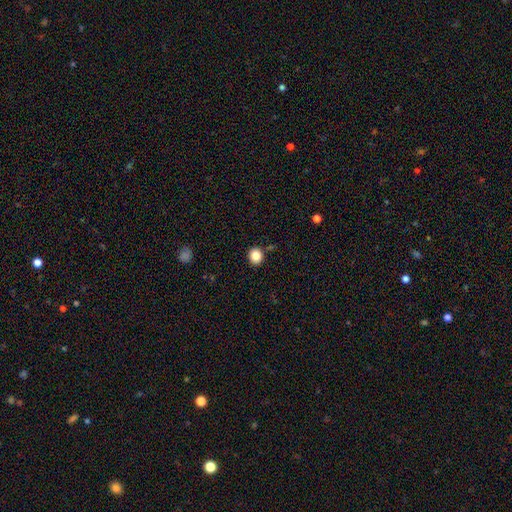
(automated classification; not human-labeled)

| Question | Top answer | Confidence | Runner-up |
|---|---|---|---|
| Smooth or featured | smooth | 85% | star or artifact (10%) |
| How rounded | round | 79% | in between (20%) |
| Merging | none | 87% | minor disturbance (7%) |